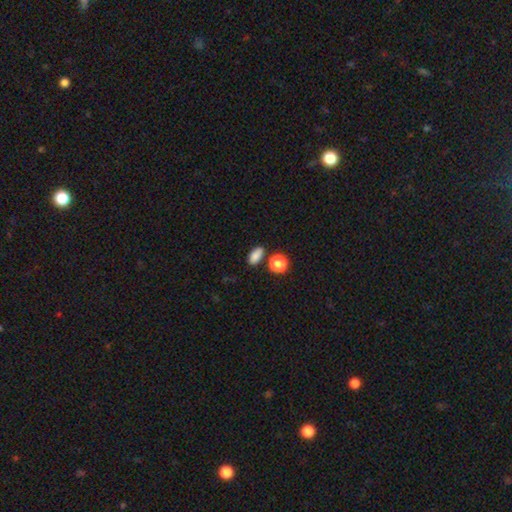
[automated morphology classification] This is clearly a smooth galaxy (85%). How rounded: clearly in between (84%). Merging: likely none (77%).